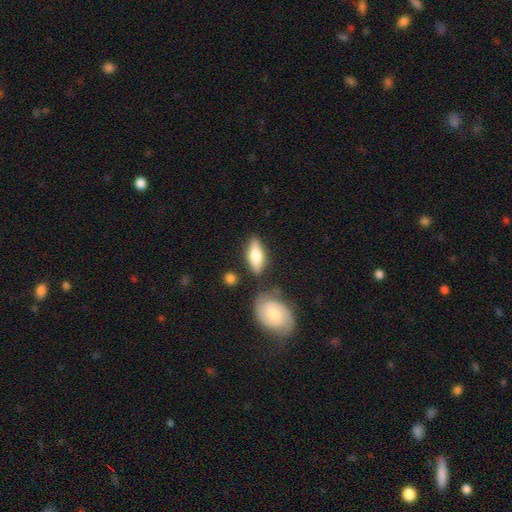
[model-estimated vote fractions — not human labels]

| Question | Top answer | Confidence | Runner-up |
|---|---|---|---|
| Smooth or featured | smooth | 50% | featured or disk (44%) |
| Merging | none | 76% | minor disturbance (13%) |